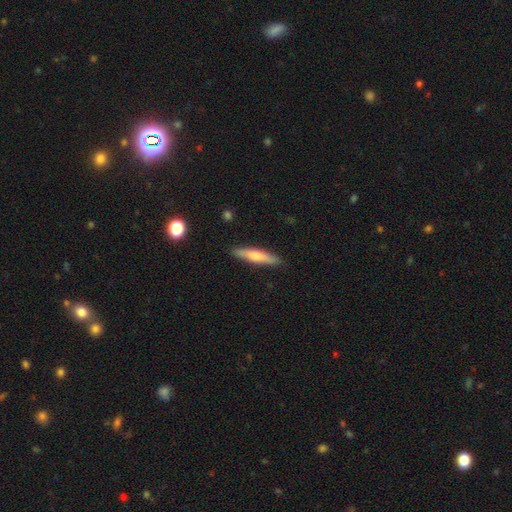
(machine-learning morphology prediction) smooth_or_featured: smooth (p=0.61) [alt: featured or disk p=0.33]
how_rounded: cigar-shaped (p=0.88) [alt: in between p=0.10]
merging: none (p=0.89) [alt: minor disturbance p=0.08]